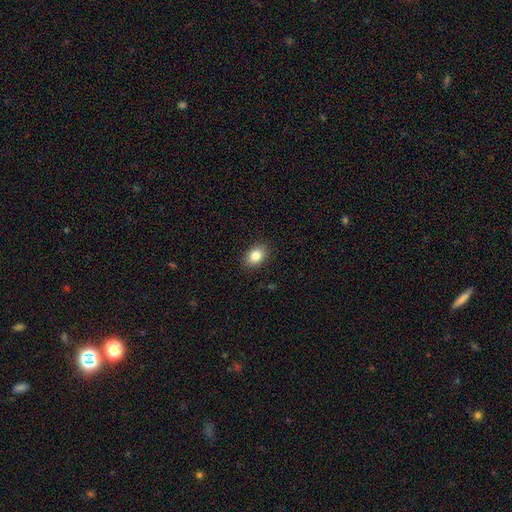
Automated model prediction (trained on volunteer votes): Smooth or featured? Predicted: smooth (p=0.85). How rounded? Predicted: in between (p=0.80). Merging? Predicted: none (p=0.89).